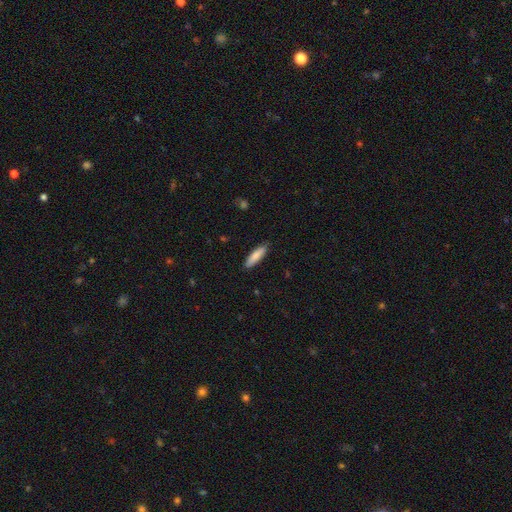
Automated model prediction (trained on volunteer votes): A smooth galaxy with no disk features (84%) that is cigar-shaped (68%).

Vote fractions:
- Smooth or featured? smooth: 84% / featured or disk: 11% / star or artifact: 5%
- How rounded? cigar-shaped: 68% / in between: 31% / round: 1%
- Merging? none: 87% / minor disturbance: 10% / major disturbance: 2% / merger: 1%